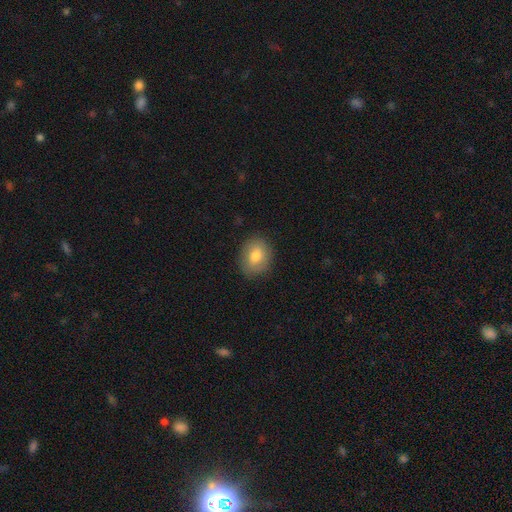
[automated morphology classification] type=smooth (78%); roundness=round (57%); merging=none (84%).